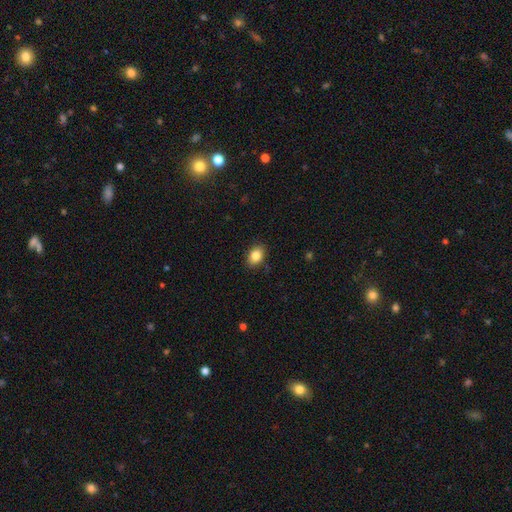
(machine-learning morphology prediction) Overall: smooth (85%). How rounded: in between (76%). Merging: none (88%).